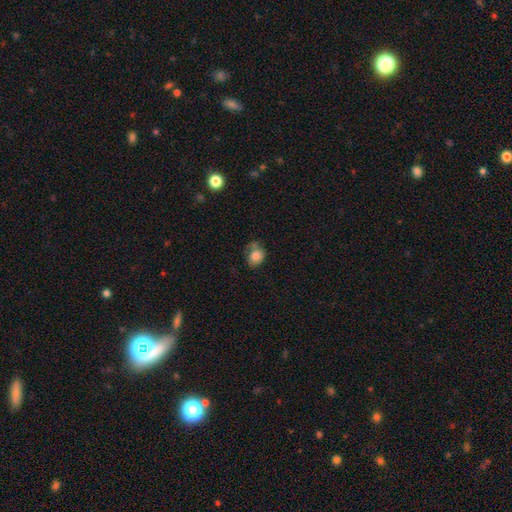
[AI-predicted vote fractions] The model was most divided on "how rounded": in between: 53%, round: 46%, cigar-shaped: 1%. Remaining: smooth or featured — smooth (78%); merging — none (45%).